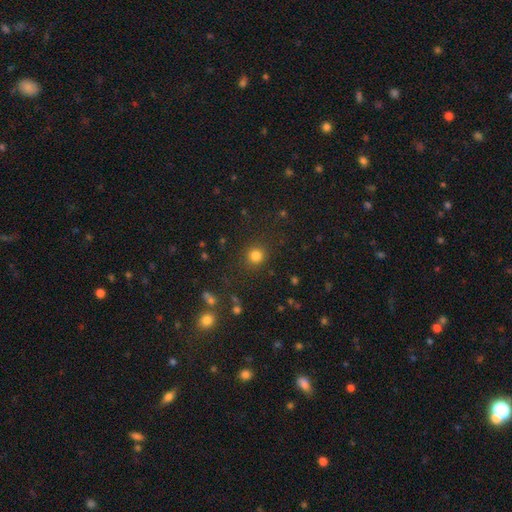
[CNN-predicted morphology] smooth_or_featured: smooth (p=0.81) [alt: star or artifact p=0.14]
how_rounded: round (p=0.90) [alt: in between p=0.09]
merging: none (p=0.88) [alt: minor disturbance p=0.07]